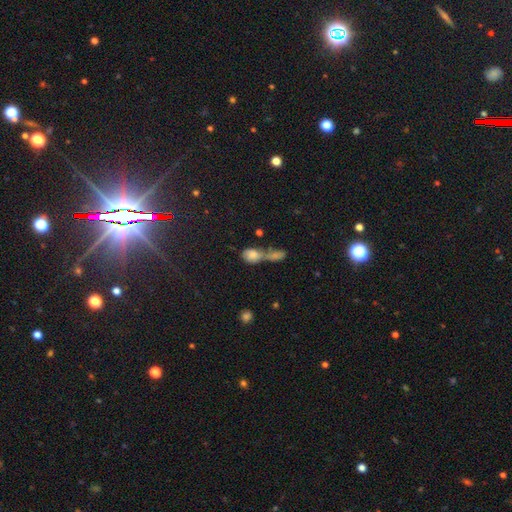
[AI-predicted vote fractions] Smooth or featured? star or artifact (59%)